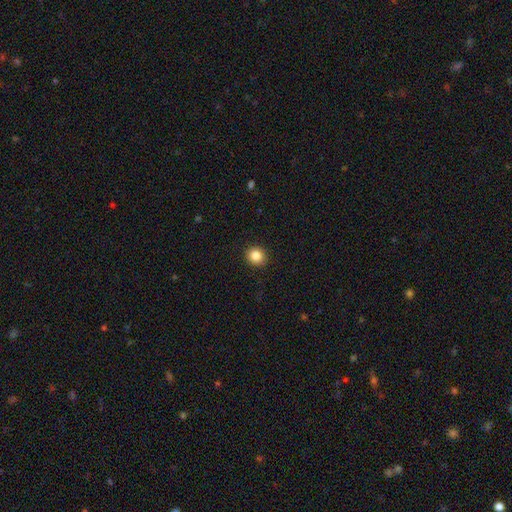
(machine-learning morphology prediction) smooth_or_featured: smooth (p=0.85) [alt: star or artifact p=0.10]
how_rounded: round (p=0.87) [alt: in between p=0.12]
merging: none (p=0.92) [alt: minor disturbance p=0.05]